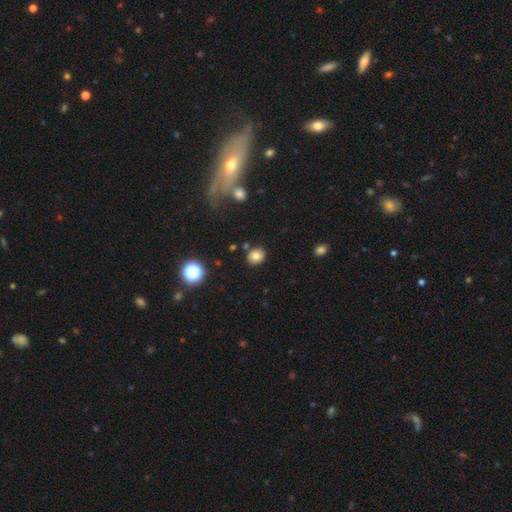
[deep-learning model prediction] Morphology: type=smooth (81%); roundness=round (67%); merging=none (82%).